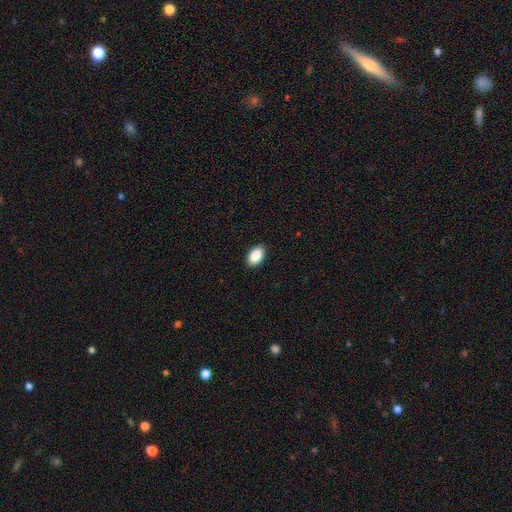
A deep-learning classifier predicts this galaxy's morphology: Smooth or featured: smooth — 89% (star or artifact — 7%)
How rounded: in between — 93% (round — 5%)
Merging: none — 90% (minor disturbance — 8%)